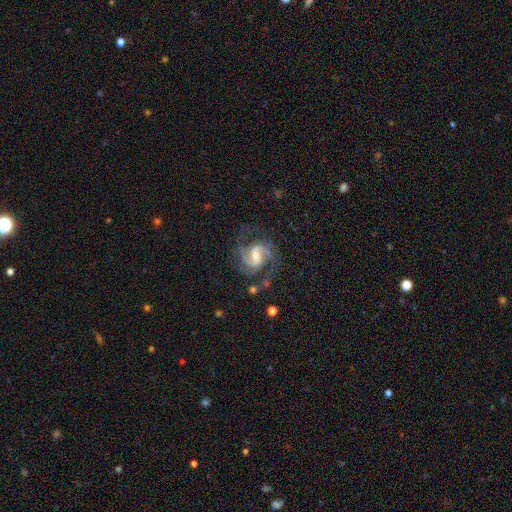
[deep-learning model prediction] Morphology: type=featured or disk (90%); edge-on=no (98%); bar=weak (55%); spiral arms=yes (98%); winding=medium (59%); arm count=2 (70%); bulge=moderate (44%); merging=none (65%).